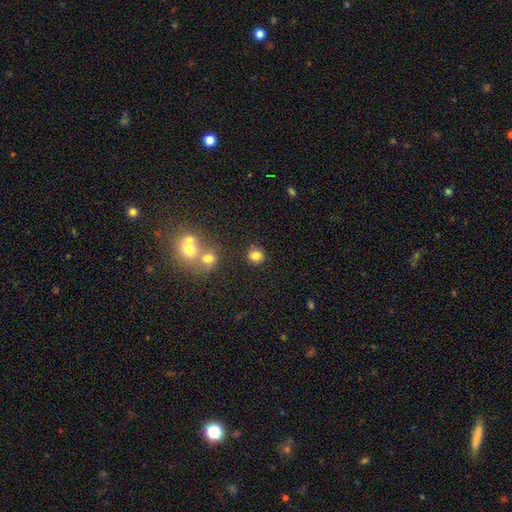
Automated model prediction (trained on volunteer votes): smooth-or-featured: smooth: 81% | star or artifact: 13% | featured or disk: 7%
  how-rounded: round: 88% | in between: 11% | cigar-shaped: 1%
  merging: none: 81% | minor disturbance: 9% | merger: 7% | major disturbance: 3%